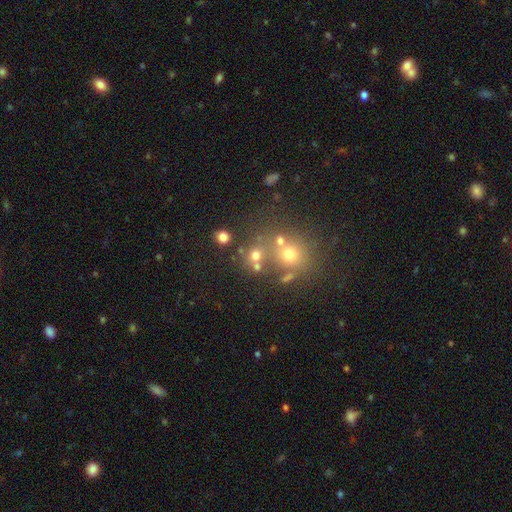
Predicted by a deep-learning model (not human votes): This appears to be a smooth galaxy with no disk features (64%) that is round (81%). Merging: none (58%).